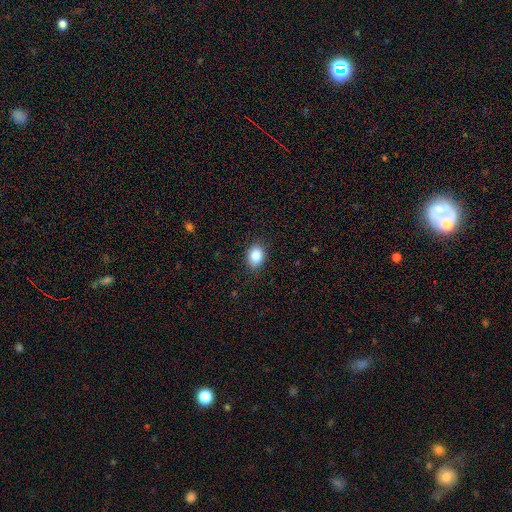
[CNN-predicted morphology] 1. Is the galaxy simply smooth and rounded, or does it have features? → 87% smooth, 9% star or artifact, 5% featured or disk.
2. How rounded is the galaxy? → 64% in between, 35% round, 1% cigar-shaped.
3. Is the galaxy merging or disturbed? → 87% none, 10% minor disturbance, 2% major disturbance, 1% merger.